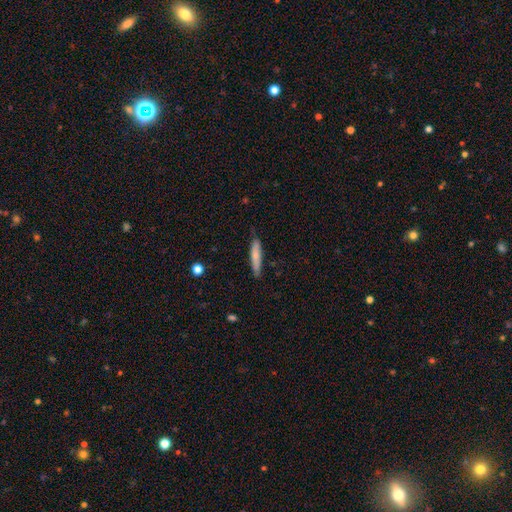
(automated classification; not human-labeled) Smooth or featured?
  - smooth: 71% *
  - featured or disk: 23%
  - star or artifact: 6%
How rounded?
  - cigar-shaped: 85% *
  - in between: 14%
  - round: 1%
Merging?
  - none: 80% *
  - minor disturbance: 16%
  - major disturbance: 2%
  - merger: 1%